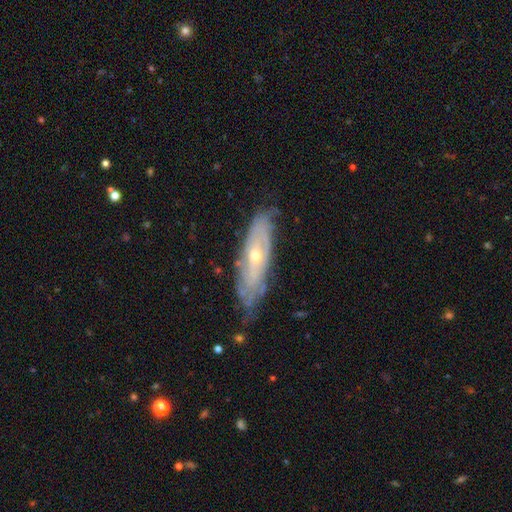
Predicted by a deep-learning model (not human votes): Smooth or featured? Predicted: featured or disk (p=0.73). Edge-on disk? Predicted: no (p=0.73). Bar? Predicted: no (p=0.73). Spiral arms? Predicted: yes (p=0.73). Bulge size? Predicted: small (p=0.51). Merging? Predicted: none (p=0.66).